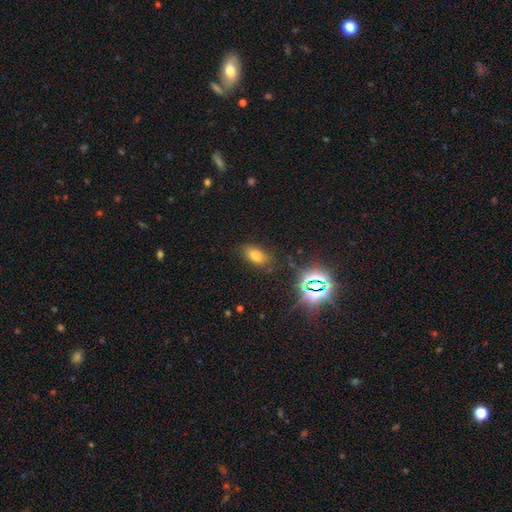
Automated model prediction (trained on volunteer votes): Q: Smooth or featured?
A: smooth (70%); runner-up: star or artifact (20%)
Q: How rounded?
A: in between (87%); runner-up: round (8%)
Q: Merging?
A: none (78%); runner-up: minor disturbance (14%)